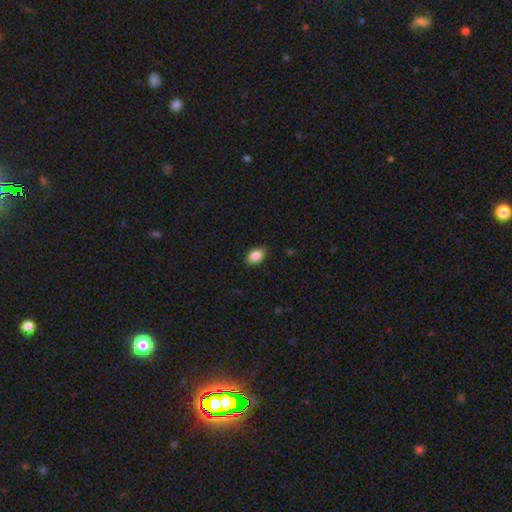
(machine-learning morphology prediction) This appears to be a smooth galaxy with no disk features (86%) that is in between round and cigar-shaped (85%). Merging: none (87%).